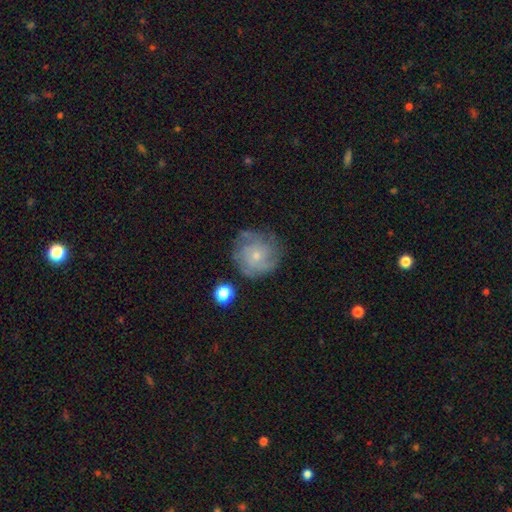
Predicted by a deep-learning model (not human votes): A featured or disk galaxy (64%) with no bar (81%), tight (60%) spiral arms (85%) and a small central bulge (74%). Merging: none (72%).